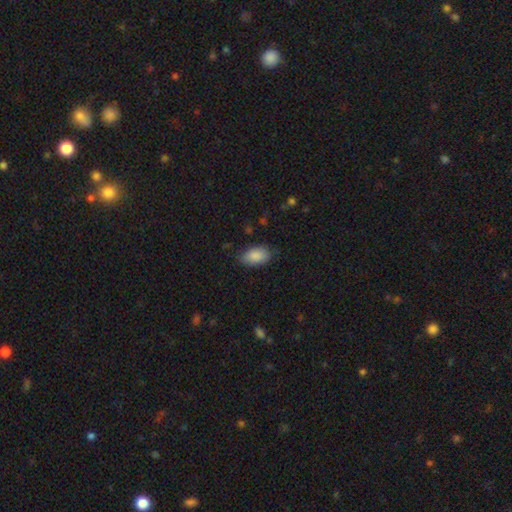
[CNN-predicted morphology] This is clearly a smooth galaxy (88%). How rounded: clearly in between (93%). Merging: likely none (76%).